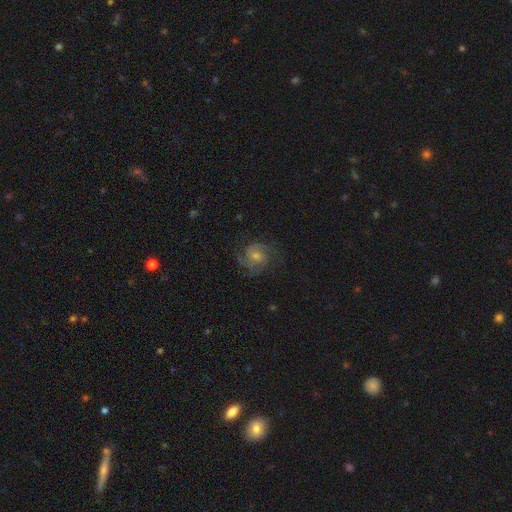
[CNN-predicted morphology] Smooth or featured? Predicted: featured or disk (p=0.81). Edge-on disk? Predicted: no (p=0.98). Bar? Predicted: no (p=0.63). Spiral arms? Predicted: yes (p=0.97). Spiral winding? Predicted: medium (p=0.47). Spiral arm count? Predicted: 2 (p=0.42). Bulge size? Predicted: small (p=0.49). Merging? Predicted: none (p=0.76).